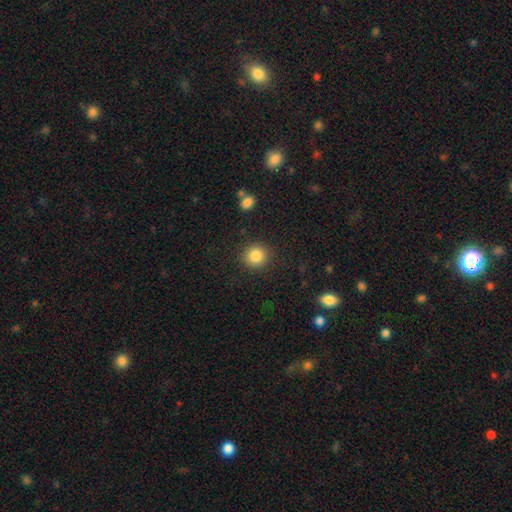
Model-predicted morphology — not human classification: smooth_or_featured: smooth (p=0.85) [alt: star or artifact p=0.10]
how_rounded: round (p=0.92) [alt: in between p=0.07]
merging: none (p=0.89) [alt: minor disturbance p=0.07]